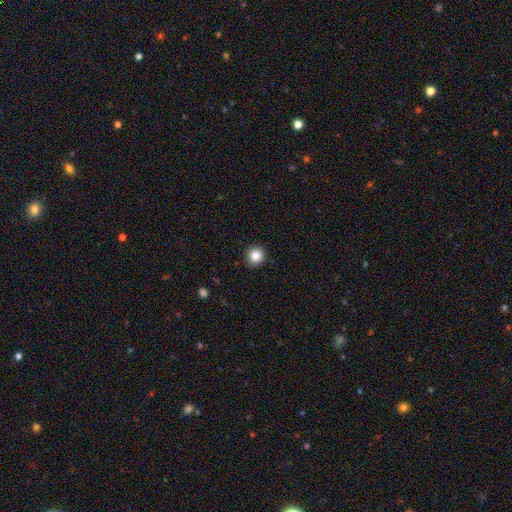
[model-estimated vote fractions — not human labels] smooth_or_featured: smooth (p=0.85) [alt: star or artifact p=0.10]
how_rounded: round (p=0.93) [alt: in between p=0.07]
merging: none (p=0.92) [alt: minor disturbance p=0.06]